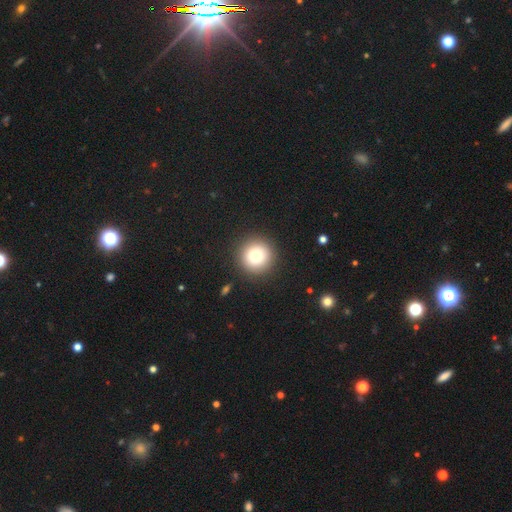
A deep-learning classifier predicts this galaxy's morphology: Smooth or featured? Predicted: smooth (p=0.78). How rounded? Predicted: round (p=0.96). Merging? Predicted: none (p=0.91).